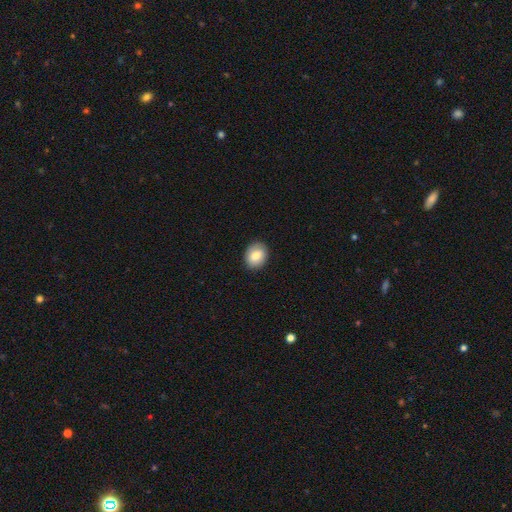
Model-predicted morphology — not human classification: smooth_or_featured: smooth (p=0.81) [alt: featured or disk p=0.11]
how_rounded: in between (p=0.57) [alt: round p=0.42]
merging: none (p=0.86) [alt: minor disturbance p=0.10]